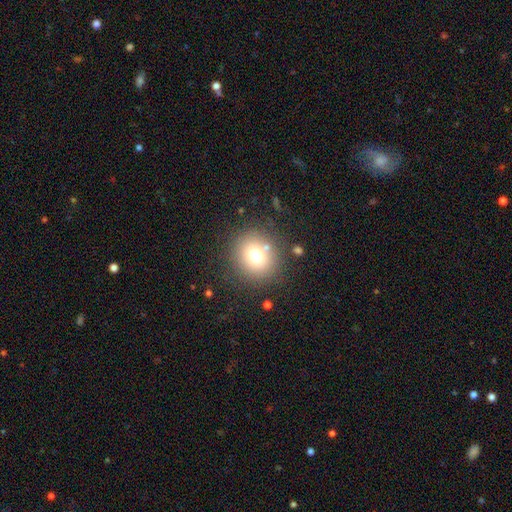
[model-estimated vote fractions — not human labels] The model was most divided on "smooth or featured": smooth: 71%, star or artifact: 16%, featured or disk: 13%. More confident: how rounded — round (90%); merging — none (82%).